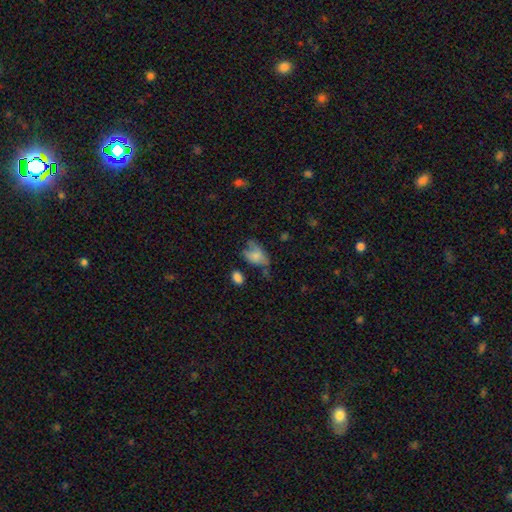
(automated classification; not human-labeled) This is likely a smooth galaxy (67%). How rounded: clearly in between (86%). Merging: marginally minor disturbance (34%).